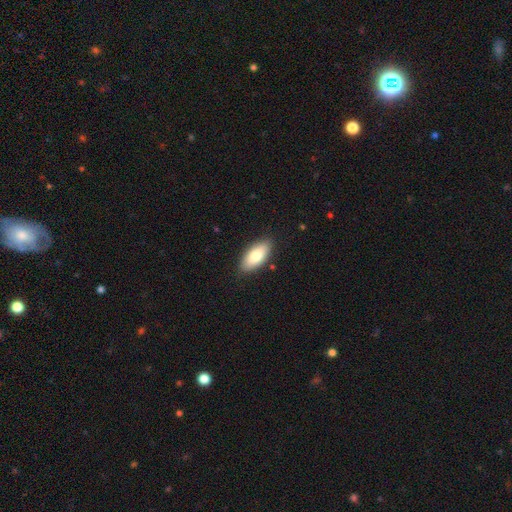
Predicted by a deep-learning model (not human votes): Smooth or featured: smooth — 81% (featured or disk — 13%)
How rounded: in between — 87% (cigar-shaped — 10%)
Merging: none — 86% (minor disturbance — 10%)